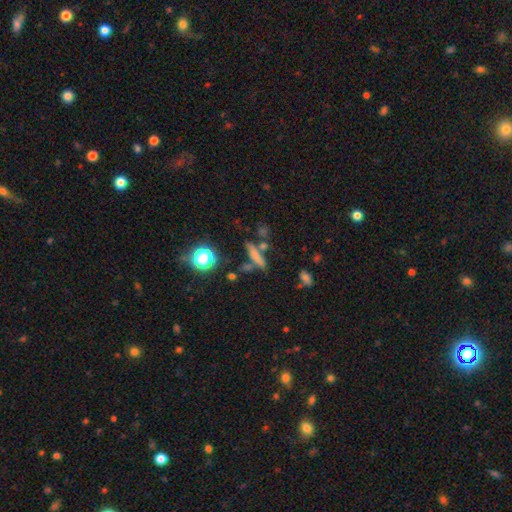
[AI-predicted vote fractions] Overall: smooth (60%; featured or disk 25%). How rounded: cigar-shaped (75%). Merging: none (65%).